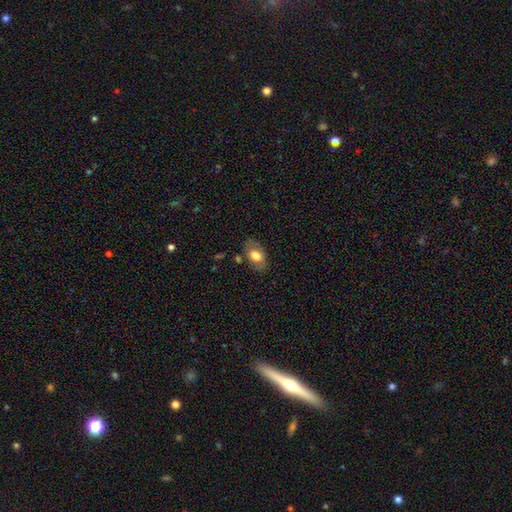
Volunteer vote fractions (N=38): smooth 68%, featured or disk 24%, star or artifact 8%. Down the decision tree: how rounded — in between (100%); merging — none (74%).